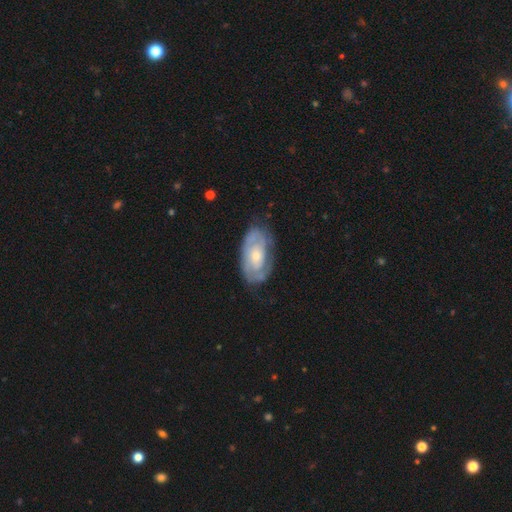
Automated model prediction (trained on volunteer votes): This is likely a featured or disk galaxy (74%). It is clearly not viewed edge-on (95%). Bar: likely no (74%). Spiral arm pattern: clearly yes (85%). Spiral arm count: marginally can't tell (40%). Spiral winding: likely tight (63%). Central bulge: possibly small (47%). Merging: likely none (70%).